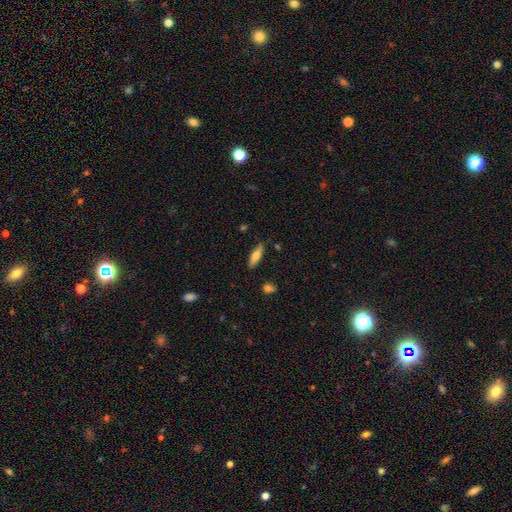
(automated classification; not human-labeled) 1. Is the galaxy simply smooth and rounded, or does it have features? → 69% smooth, 25% featured or disk, 6% star or artifact.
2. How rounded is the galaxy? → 54% cigar-shaped, 44% in between, 2% round.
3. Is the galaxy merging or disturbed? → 85% none, 11% minor disturbance, 2% major disturbance, 2% merger.